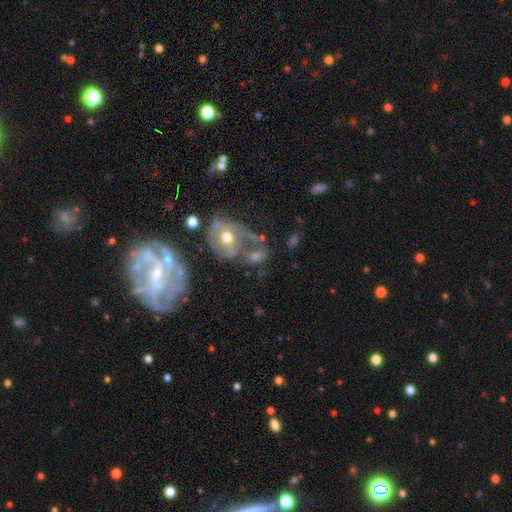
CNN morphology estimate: Smooth or featured? Predicted: featured or disk (p=0.55). Edge-on disk? Predicted: no (p=0.95). Bar? Predicted: no (p=0.69). Spiral arms? Predicted: yes (p=0.55). Bulge size? Predicted: moderate (p=0.65). Merging? Predicted: merger (p=0.32).